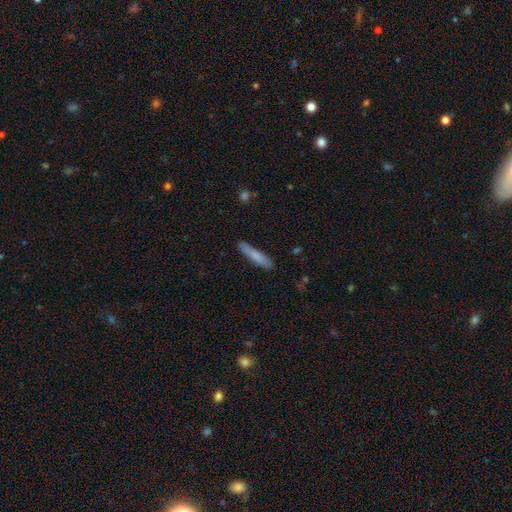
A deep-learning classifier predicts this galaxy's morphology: Q: Smooth or featured?
A: smooth (80%); runner-up: featured or disk (14%)
Q: How rounded?
A: cigar-shaped (90%); runner-up: in between (9%)
Q: Merging?
A: none (86%); runner-up: minor disturbance (11%)